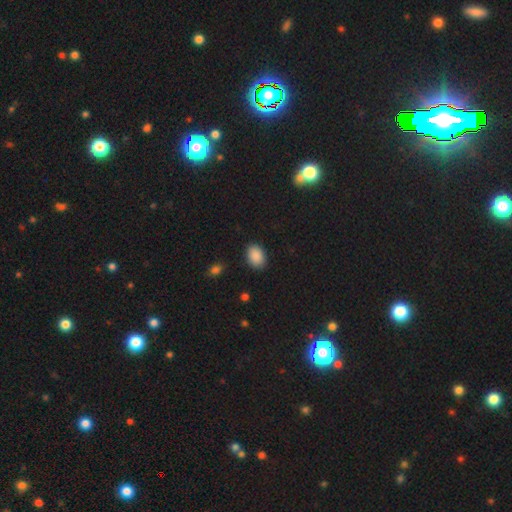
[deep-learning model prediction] smooth-or-featured: smooth: 89% | star or artifact: 8% | featured or disk: 3%
  how-rounded: in between: 78% | round: 21% | cigar-shaped: 1%
  merging: none: 88% | minor disturbance: 9% | major disturbance: 2% | merger: 1%